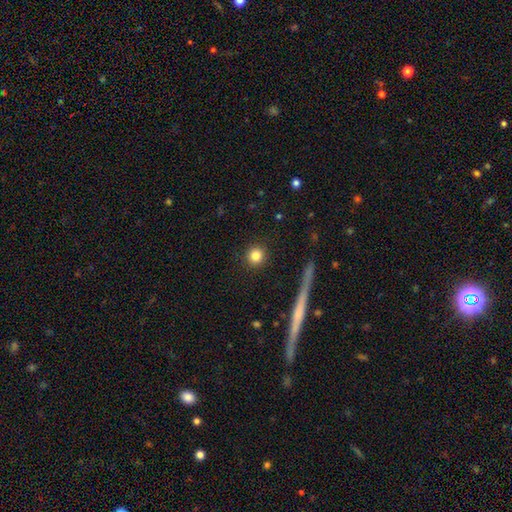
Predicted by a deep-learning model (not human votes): A smooth galaxy with no disk features (82%) that is round (94%).

Vote fractions:
- Smooth or featured? smooth: 82% / star or artifact: 11% / featured or disk: 7%
- How rounded? round: 94% / in between: 5% / cigar-shaped: 1%
- Merging? none: 91% / minor disturbance: 5% / major disturbance: 2% / merger: 2%